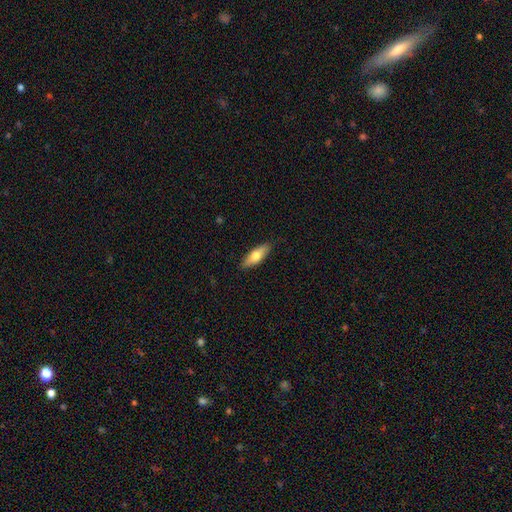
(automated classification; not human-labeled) smooth-or-featured: smooth: 62% | featured or disk: 32% | star or artifact: 6%
  how-rounded: in between: 56% | cigar-shaped: 41% | round: 3%
  merging: none: 88% | minor disturbance: 9% | major disturbance: 2% | merger: 1%